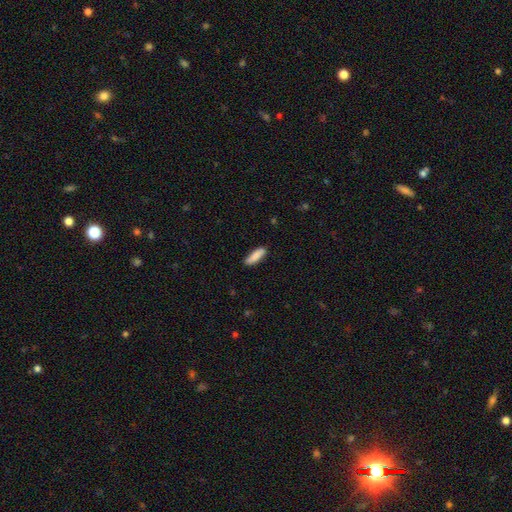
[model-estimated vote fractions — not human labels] A smooth galaxy with no disk features (87%) that is cigar-shaped (55%).

Vote fractions:
- Smooth or featured? smooth: 87% / featured or disk: 7% / star or artifact: 6%
- How rounded? cigar-shaped: 55% / in between: 44% / round: 2%
- Merging? none: 86% / minor disturbance: 11% / major disturbance: 2% / merger: 1%